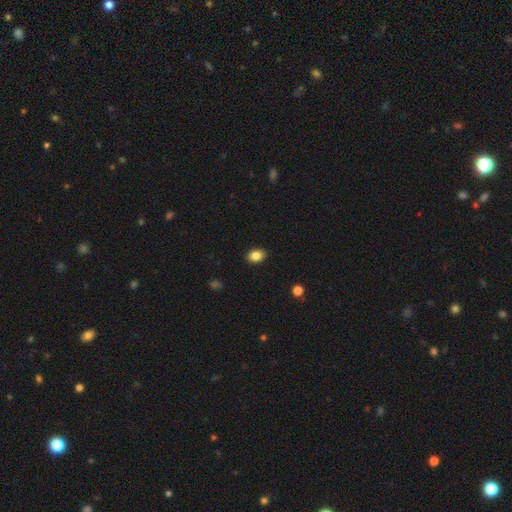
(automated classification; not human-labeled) Smooth or featured? smooth (85%)
How rounded? in between (74%)
Merging? none (89%)